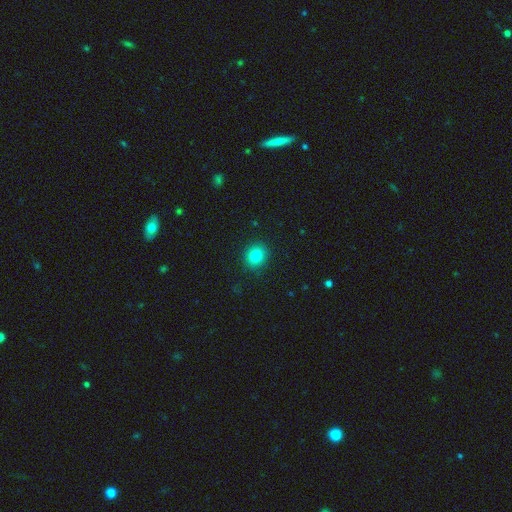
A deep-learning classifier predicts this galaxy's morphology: smooth-or-featured: smooth: 82% | star or artifact: 12% | featured or disk: 6%
  how-rounded: round: 84% | in between: 15% | cigar-shaped: 1%
  merging: none: 91% | minor disturbance: 6% | major disturbance: 2% | merger: 1%